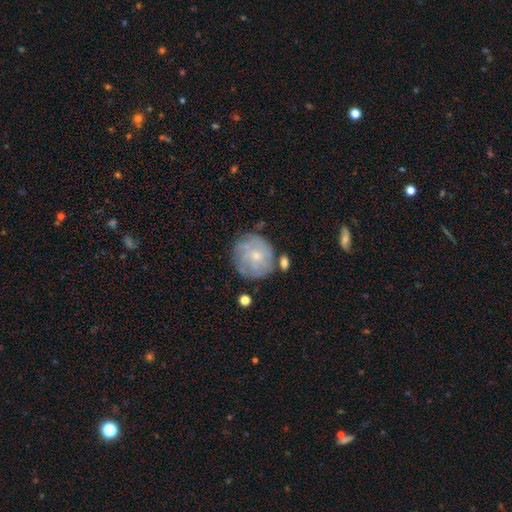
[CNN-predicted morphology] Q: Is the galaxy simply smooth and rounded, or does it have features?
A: featured or disk — 53%.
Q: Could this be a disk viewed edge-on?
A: no — 97%.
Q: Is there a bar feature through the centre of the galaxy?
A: no — 82%.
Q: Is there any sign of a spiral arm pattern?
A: yes — 59%.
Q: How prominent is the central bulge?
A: small — 69%.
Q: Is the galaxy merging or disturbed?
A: none — 68%.